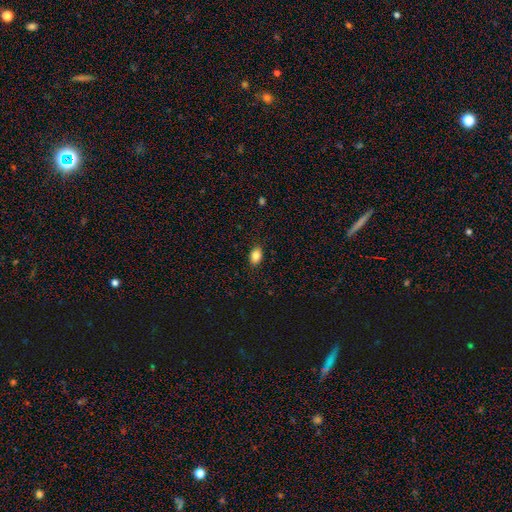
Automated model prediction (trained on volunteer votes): Overall: smooth (86%). How rounded: in between (82%). Merging: none (87%).